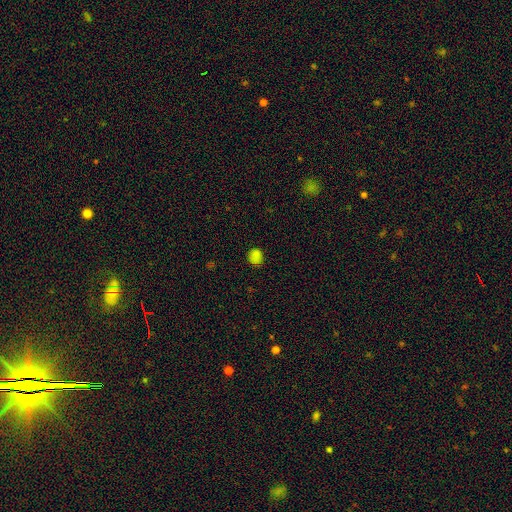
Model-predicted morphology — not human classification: type=smooth (78%); roundness=round (76%); merging=none (77%).